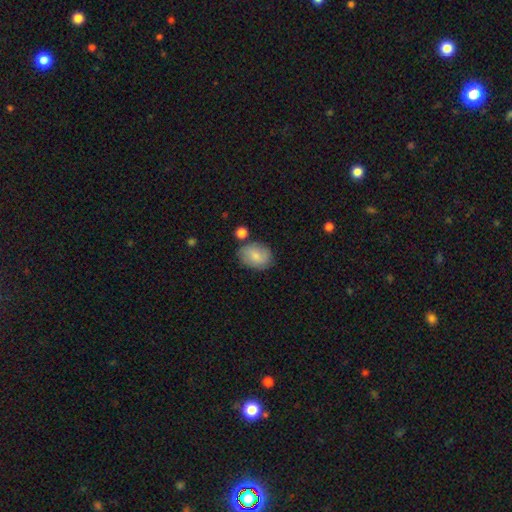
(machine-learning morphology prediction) smooth_or_featured: smooth (p=0.78) [alt: featured or disk p=0.15]
how_rounded: in between (p=0.68) [alt: round p=0.31]
merging: none (p=0.71) [alt: minor disturbance p=0.18]